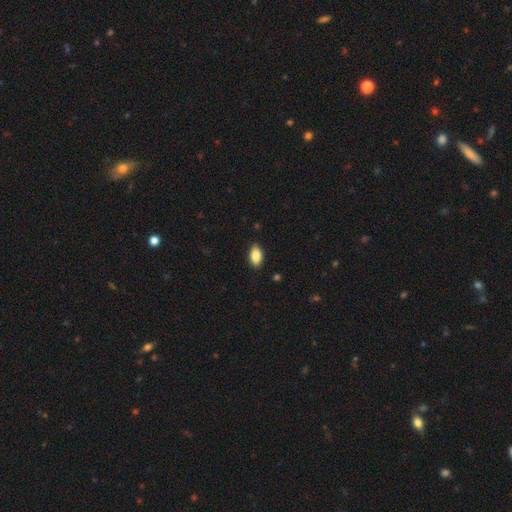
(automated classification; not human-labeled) Smooth or featured? Predicted: smooth (p=0.86). How rounded? Predicted: in between (p=0.93). Merging? Predicted: none (p=0.87).